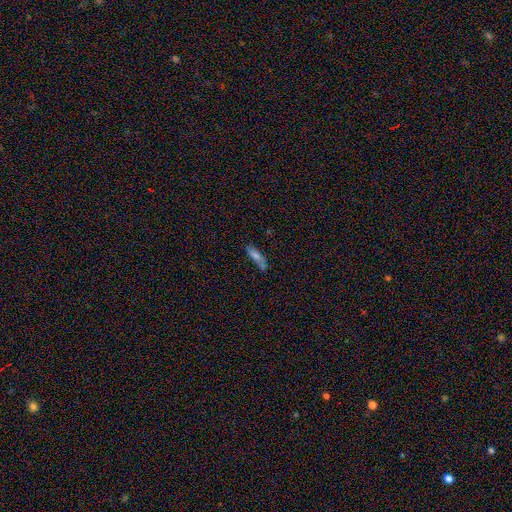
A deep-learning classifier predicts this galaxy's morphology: This appears to be a smooth galaxy with no disk features (68%) that is cigar-shaped (55%). Merging: none (57%).